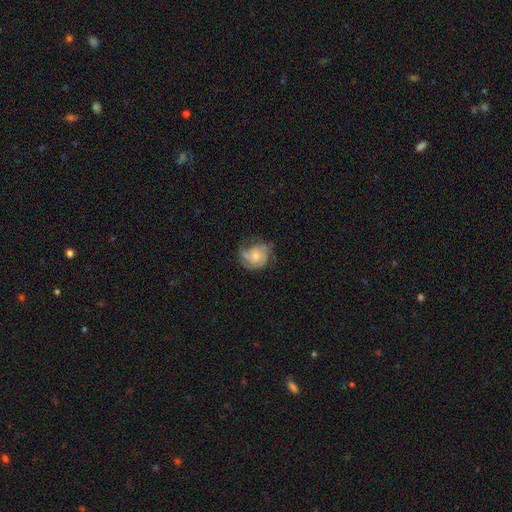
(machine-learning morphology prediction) type=featured or disk (64%); edge-on=no (98%); bar=no (73%); spiral arms=yes (87%); winding=tight (41%); arm count=2 (31%); bulge=small (44%); merging=none (54%).